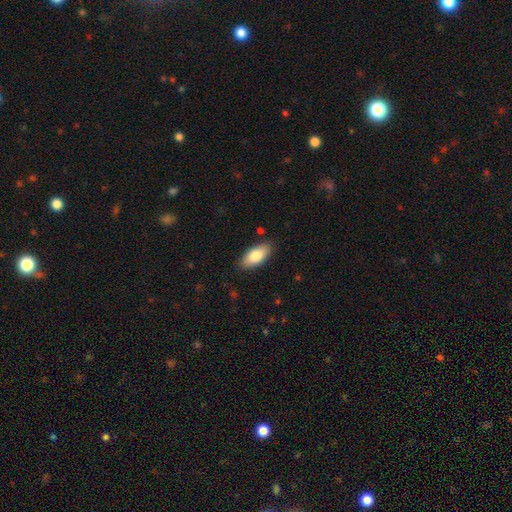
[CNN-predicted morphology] Smooth or featured?
  - smooth: 81% *
  - featured or disk: 13%
  - star or artifact: 6%
How rounded?
  - in between: 88% *
  - cigar-shaped: 10%
  - round: 2%
Merging?
  - none: 86% *
  - minor disturbance: 11%
  - major disturbance: 2%
  - merger: 1%